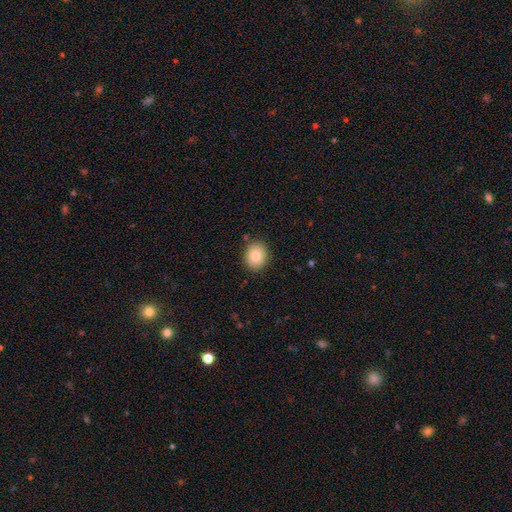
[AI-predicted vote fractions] smooth-or-featured: smooth: 83% | star or artifact: 9% | featured or disk: 8%
  how-rounded: round: 64% | in between: 35% | cigar-shaped: 1%
  merging: none: 87% | minor disturbance: 9% | major disturbance: 2% | merger: 2%